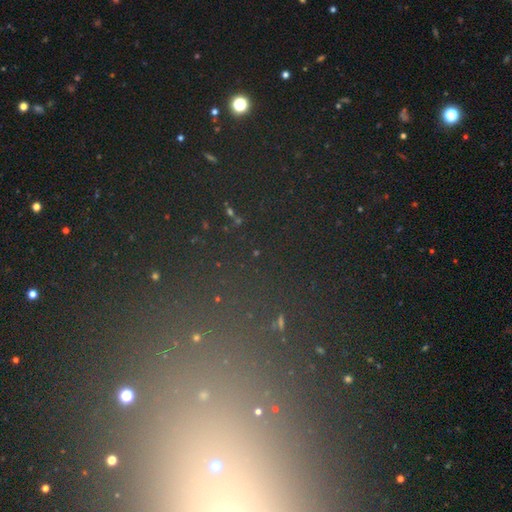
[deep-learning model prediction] Overall: star or artifact (71%).